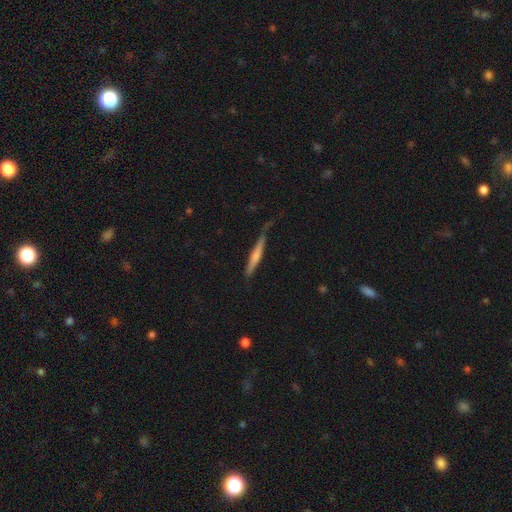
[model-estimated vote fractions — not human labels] This appears to be a smooth galaxy with no disk features (48%). Merging: none (66%).